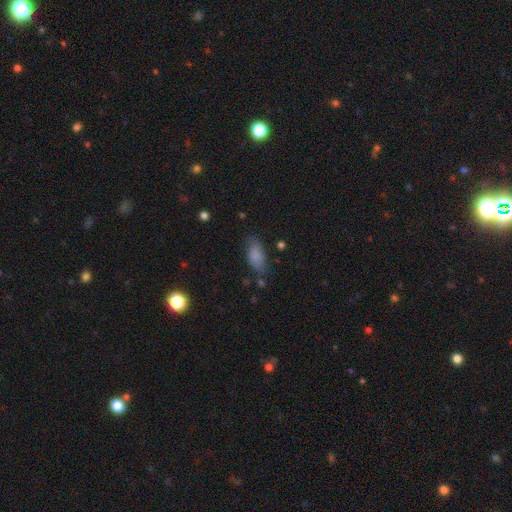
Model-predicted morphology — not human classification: Overall: smooth (82%). How rounded: in between (88%). Merging: none (69%).